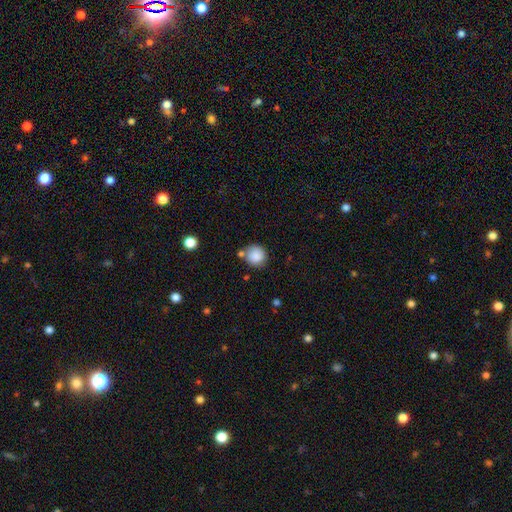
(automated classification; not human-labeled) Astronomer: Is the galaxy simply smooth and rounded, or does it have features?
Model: smooth — 87%.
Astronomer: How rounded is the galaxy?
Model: round — 92%.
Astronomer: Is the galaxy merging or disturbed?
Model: none — 72%.